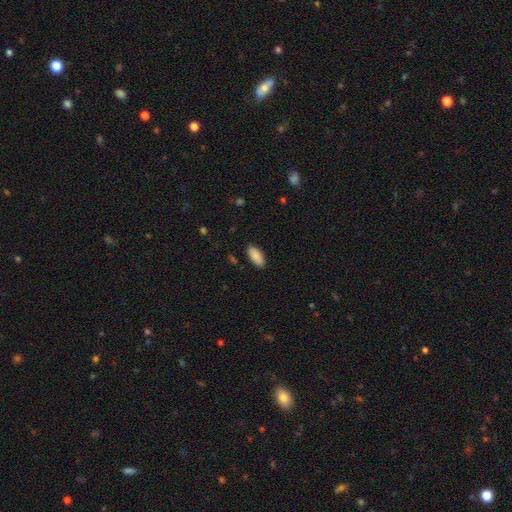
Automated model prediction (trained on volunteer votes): Overall: smooth (90%). How rounded: in between (90%). Merging: none (89%).